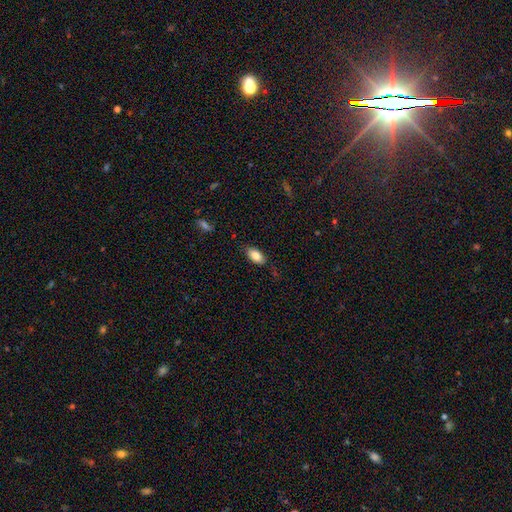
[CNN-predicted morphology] type=smooth (83%); roundness=in between (92%); merging=none (82%).